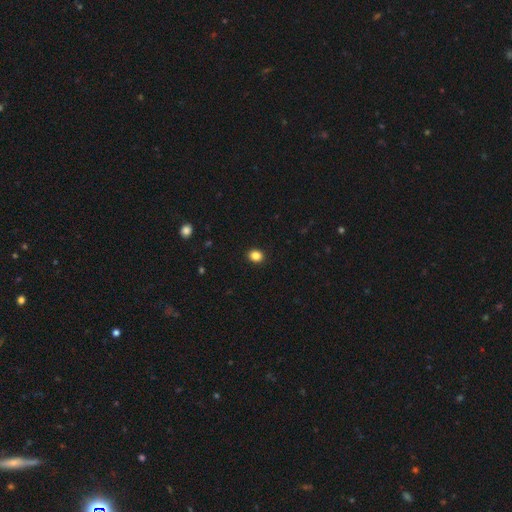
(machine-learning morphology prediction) Smooth or featured?
  - smooth: 85% *
  - star or artifact: 11%
  - featured or disk: 4%
How rounded?
  - round: 67% *
  - in between: 32%
  - cigar-shaped: 1%
Merging?
  - none: 92% *
  - minor disturbance: 5%
  - major disturbance: 2%
  - merger: 1%